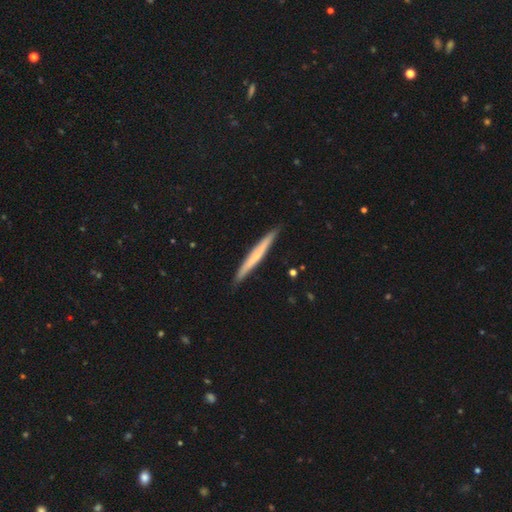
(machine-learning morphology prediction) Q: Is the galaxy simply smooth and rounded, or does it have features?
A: smooth — 49%.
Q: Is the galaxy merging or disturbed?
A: none — 90%.